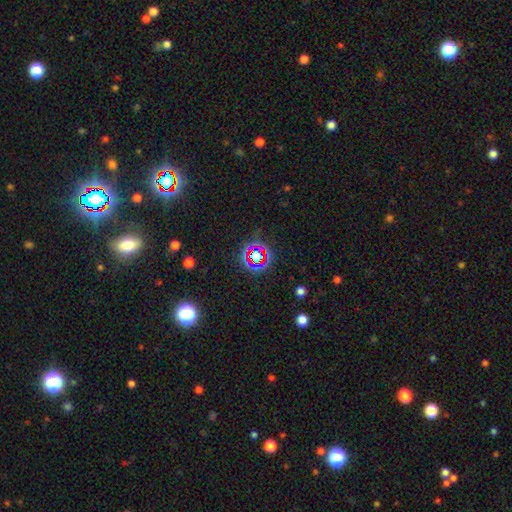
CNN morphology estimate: Smooth or featured: star or artifact — 70% (smooth — 19%)